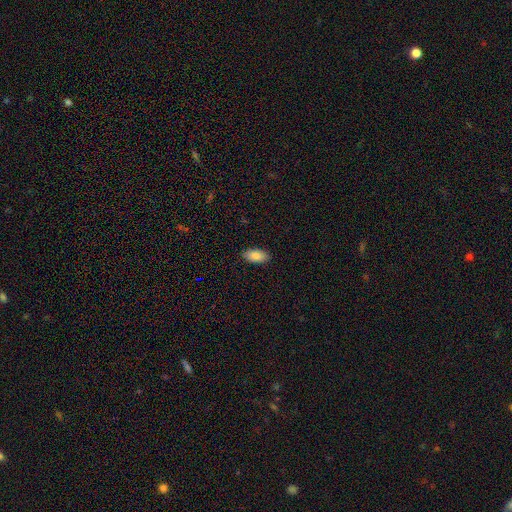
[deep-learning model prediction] A smooth galaxy with no disk features (84%) that is in between round and cigar-shaped (93%). Merging: none (88%).